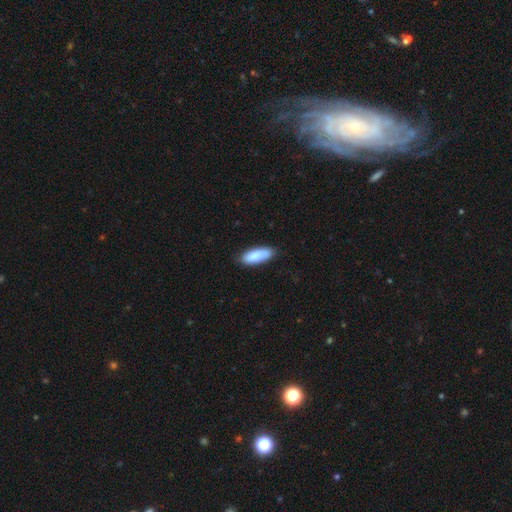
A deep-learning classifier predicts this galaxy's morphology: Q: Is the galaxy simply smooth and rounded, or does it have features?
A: smooth — 85%.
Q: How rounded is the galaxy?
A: in between — 68%.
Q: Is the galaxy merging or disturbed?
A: none — 79%.